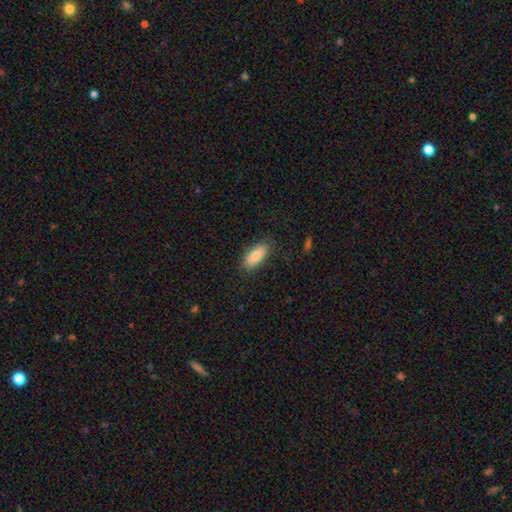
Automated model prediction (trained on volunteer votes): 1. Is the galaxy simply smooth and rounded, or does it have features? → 83% smooth, 10% featured or disk, 7% star or artifact.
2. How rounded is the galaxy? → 83% in between, 14% cigar-shaped, 2% round.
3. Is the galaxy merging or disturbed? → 82% none, 14% minor disturbance, 4% major disturbance, 1% merger.